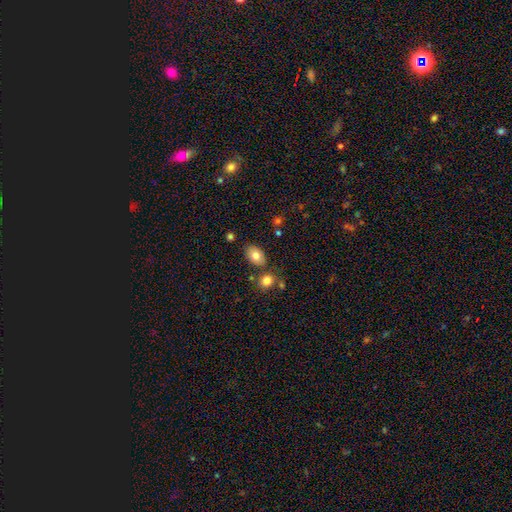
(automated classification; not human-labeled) smooth 79%, featured or disk 13%, star or artifact 8%. Down the decision tree: how rounded — in between (87%); merging — none (77%).